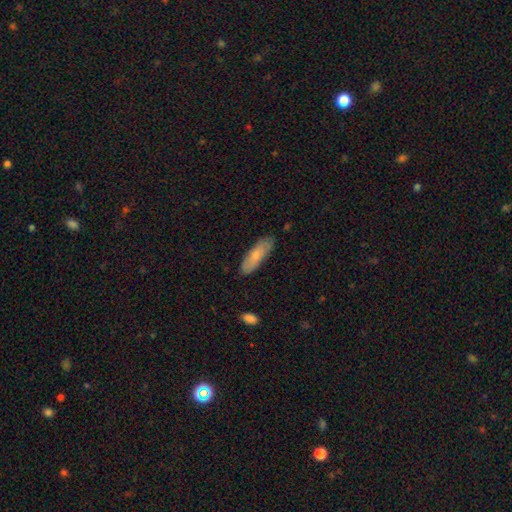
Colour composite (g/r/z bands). It shows a smooth galaxy with no disk features (63%) that is in between round and cigar-shaped (54%). Merging: none (83%).